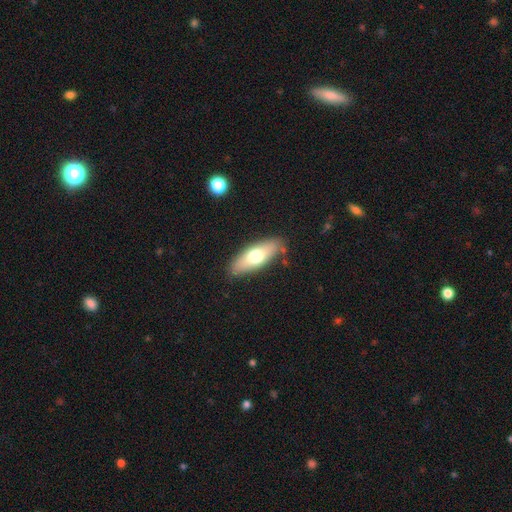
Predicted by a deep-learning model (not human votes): Smooth or featured: smooth — 63% (featured or disk — 31%)
How rounded: in between — 63% (cigar-shaped — 35%)
Merging: none — 85% (minor disturbance — 11%)